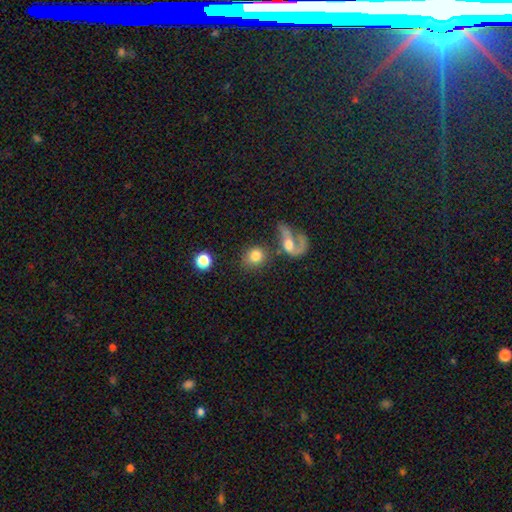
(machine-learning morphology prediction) smooth 74%, featured or disk 16%, star or artifact 9%. Down the decision tree: how rounded — round (76%); merging — none (52%).